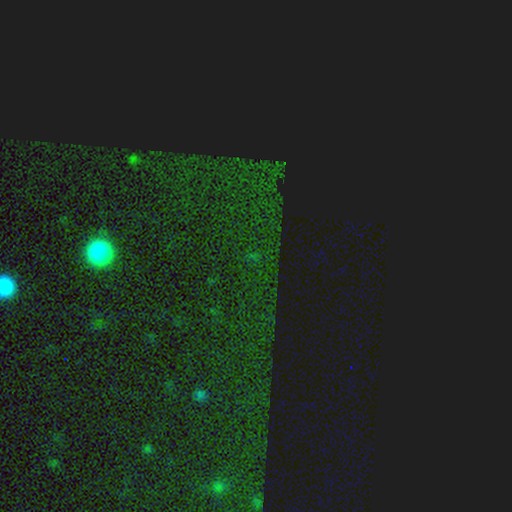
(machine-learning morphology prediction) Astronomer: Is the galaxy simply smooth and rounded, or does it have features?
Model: star or artifact — 81%.